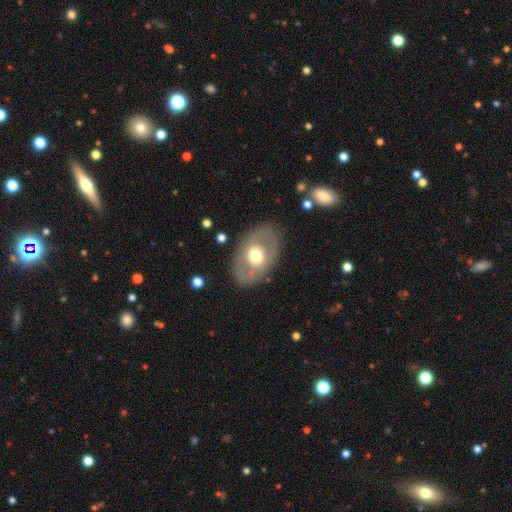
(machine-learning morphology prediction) A smooth galaxy with no disk features (48%). Merging: none (80%).